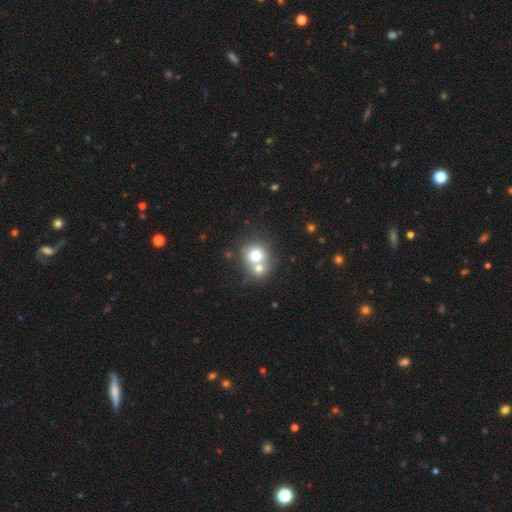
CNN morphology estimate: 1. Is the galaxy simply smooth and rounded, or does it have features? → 69% smooth, 19% featured or disk, 12% star or artifact.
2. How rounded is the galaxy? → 82% round, 17% in between, 1% cigar-shaped.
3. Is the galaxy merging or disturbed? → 54% merger, 37% none, 6% minor disturbance, 3% major disturbance.